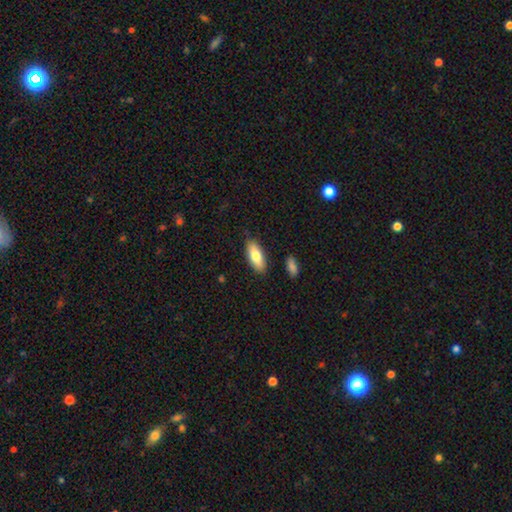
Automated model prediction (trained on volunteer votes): Overall: smooth (77%). How rounded: in between (78%). Merging: none (86%).